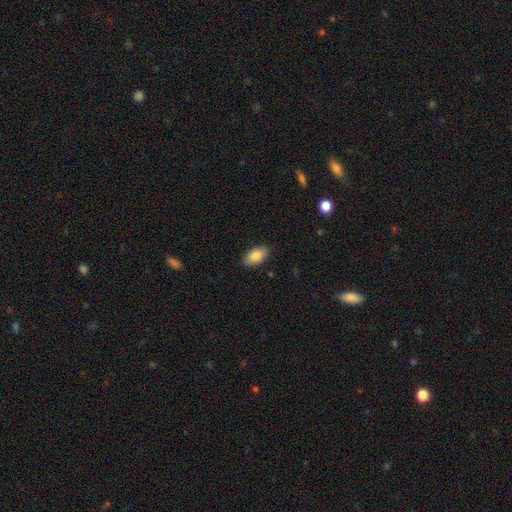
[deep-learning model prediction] smooth 85%, featured or disk 8%, star or artifact 7%. Down the decision tree: how rounded — in between (94%); merging — none (88%).